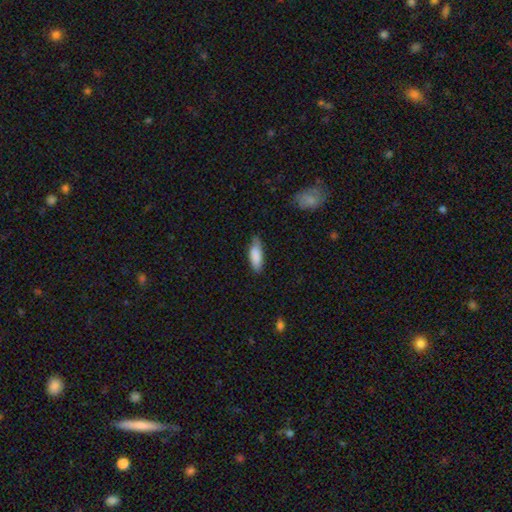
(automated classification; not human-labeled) Q: Smooth or featured?
A: smooth (85%); runner-up: featured or disk (9%)
Q: How rounded?
A: in between (68%); runner-up: cigar-shaped (30%)
Q: Merging?
A: none (67%); runner-up: minor disturbance (27%)